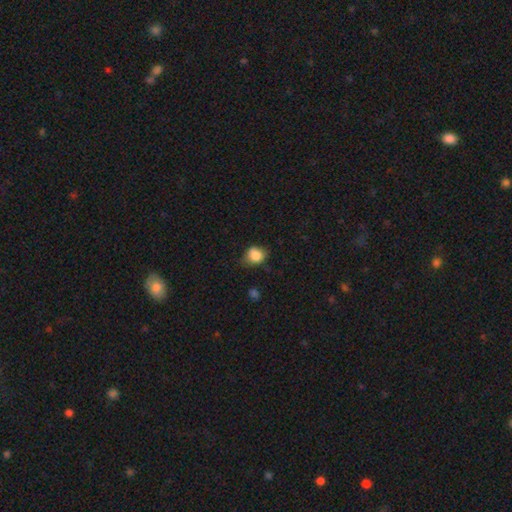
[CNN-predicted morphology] smooth-or-featured: smooth: 83% | star or artifact: 9% | featured or disk: 8%
  how-rounded: round: 62% | in between: 37% | cigar-shaped: 1%
  merging: none: 57% | minor disturbance: 33% | major disturbance: 8% | merger: 2%